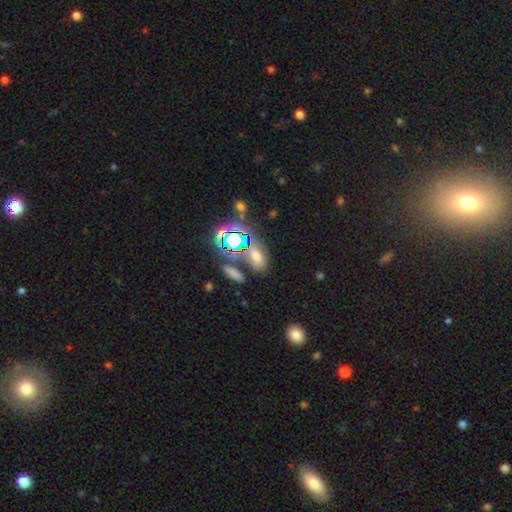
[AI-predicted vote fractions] A smooth galaxy with no disk features (55%) that is in between round and cigar-shaped (78%).

Vote fractions:
- Smooth or featured? smooth: 55% / star or artifact: 33% / featured or disk: 13%
- How rounded? in between: 78% / round: 16% / cigar-shaped: 6%
- Merging? none: 65% / merger: 16% / minor disturbance: 13% / major disturbance: 6%